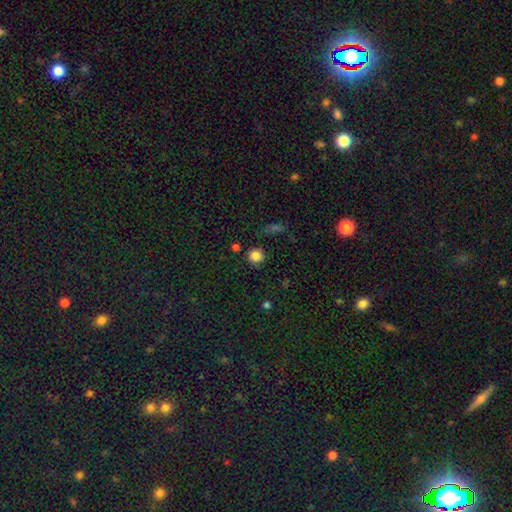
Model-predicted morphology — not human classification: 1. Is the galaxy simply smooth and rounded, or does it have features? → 83% smooth, 12% star or artifact, 5% featured or disk.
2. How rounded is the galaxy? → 93% round, 6% in between, 1% cigar-shaped.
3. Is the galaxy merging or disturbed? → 84% none, 10% minor disturbance, 3% merger, 3% major disturbance.